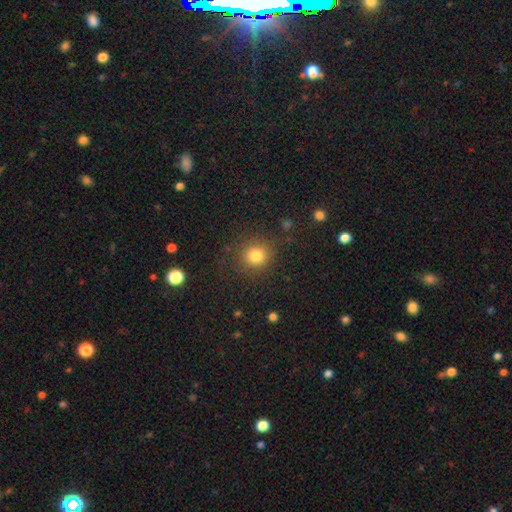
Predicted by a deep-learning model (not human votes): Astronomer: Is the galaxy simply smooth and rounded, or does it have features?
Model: smooth — 80%.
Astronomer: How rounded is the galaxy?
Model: round — 86%.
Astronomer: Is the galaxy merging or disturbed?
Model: none — 84%.